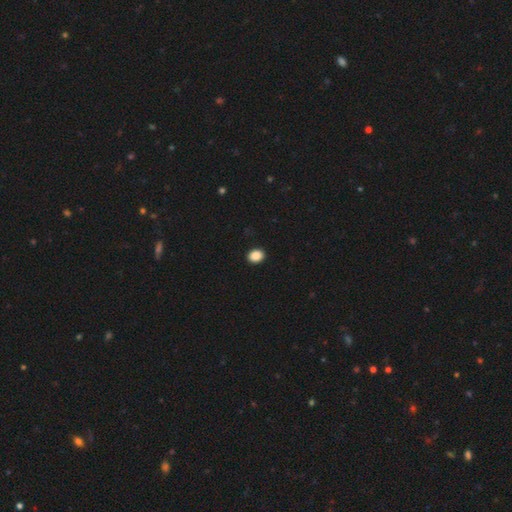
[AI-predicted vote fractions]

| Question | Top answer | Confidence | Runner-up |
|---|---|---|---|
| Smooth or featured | smooth | 89% | star or artifact (9%) |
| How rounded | in between | 54% | round (45%) |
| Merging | none | 92% | minor disturbance (6%) |